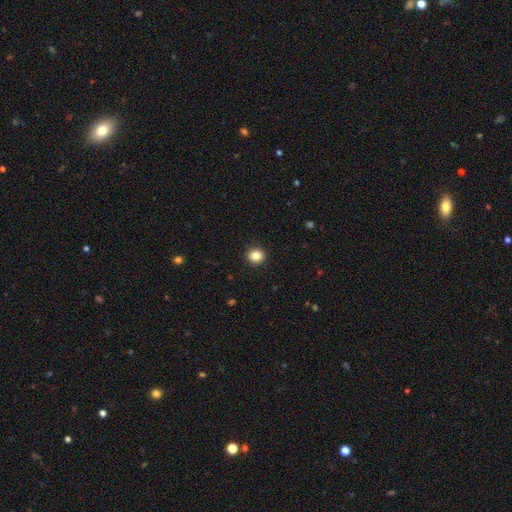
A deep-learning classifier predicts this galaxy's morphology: A smooth galaxy with no disk features (85%) that is round (91%).

Vote fractions:
- Smooth or featured? smooth: 85% / star or artifact: 11% / featured or disk: 4%
- How rounded? round: 91% / in between: 8% / cigar-shaped: 1%
- Merging? none: 92% / minor disturbance: 5% / major disturbance: 2% / merger: 1%